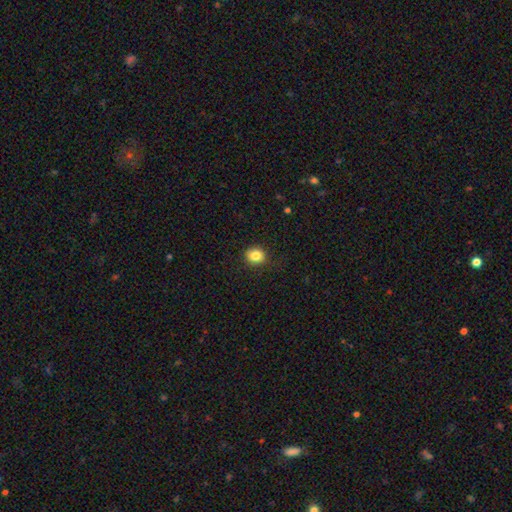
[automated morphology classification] type=smooth (83%); roundness=round (74%); merging=none (87%).